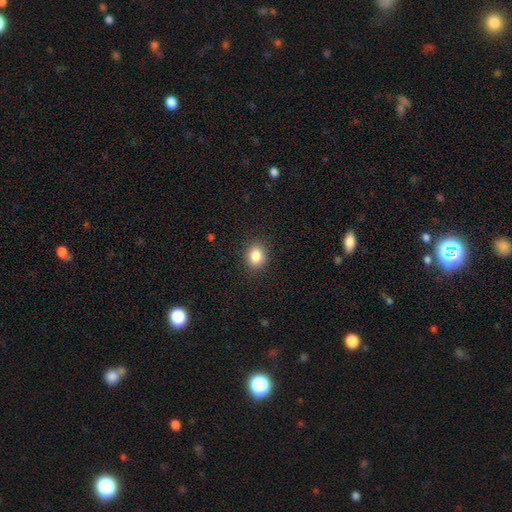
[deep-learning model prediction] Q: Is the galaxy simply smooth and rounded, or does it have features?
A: smooth — 85%.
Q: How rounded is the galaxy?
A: round — 58%.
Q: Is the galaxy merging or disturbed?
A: none — 88%.